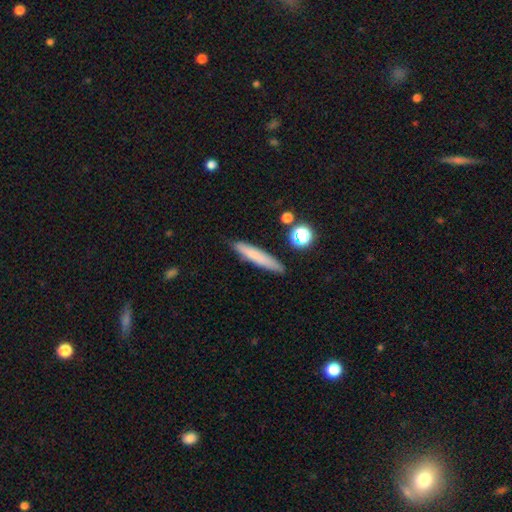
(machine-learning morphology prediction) Smooth or featured? Predicted: smooth (p=0.72). How rounded? Predicted: cigar-shaped (p=0.91). Merging? Predicted: none (p=0.85).